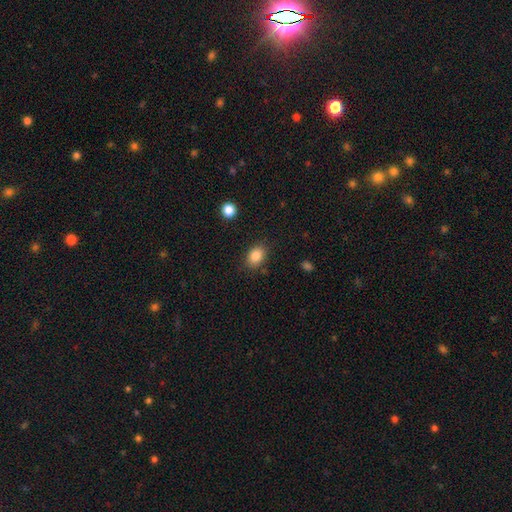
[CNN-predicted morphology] This is clearly a smooth galaxy (85%). How rounded: likely in between (73%). Merging: clearly none (84%).